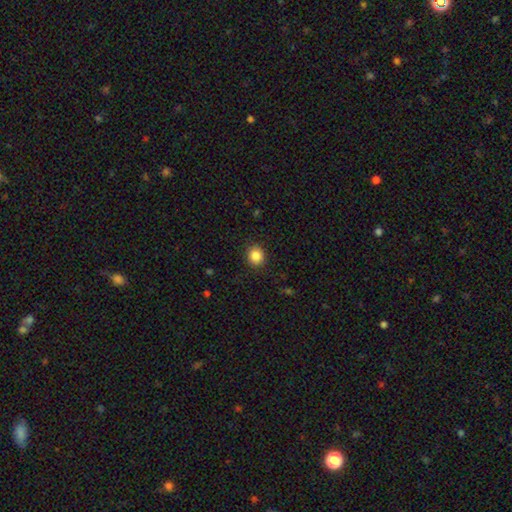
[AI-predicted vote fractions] Q: Smooth or featured?
A: smooth (86%); runner-up: star or artifact (10%)
Q: How rounded?
A: round (84%); runner-up: in between (15%)
Q: Merging?
A: none (90%); runner-up: minor disturbance (7%)